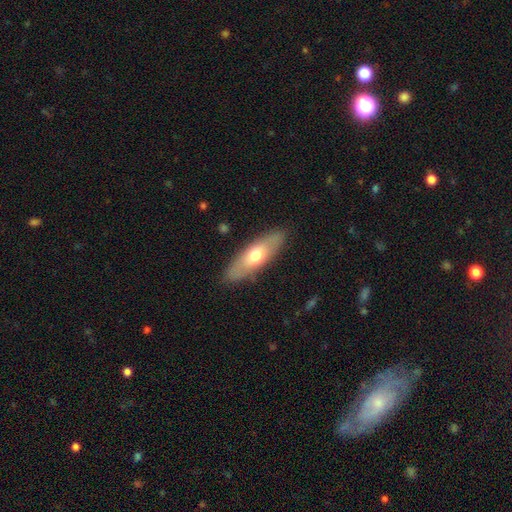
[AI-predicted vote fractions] Smooth or featured? smooth (59%)
How rounded? in between (57%)
Merging? none (86%)